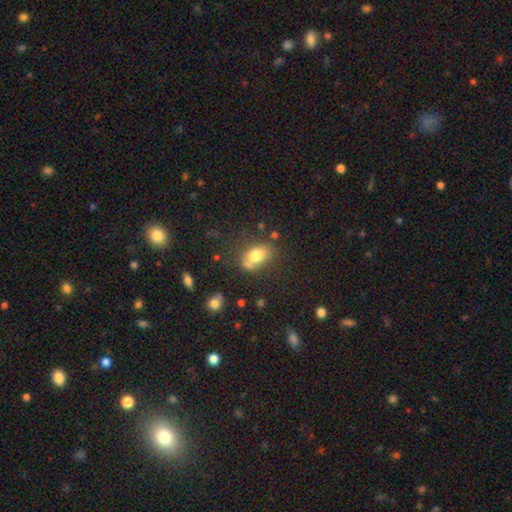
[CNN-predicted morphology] A smooth galaxy with no disk features (76%) that is in between round and cigar-shaped (78%). Merging: none (57%).